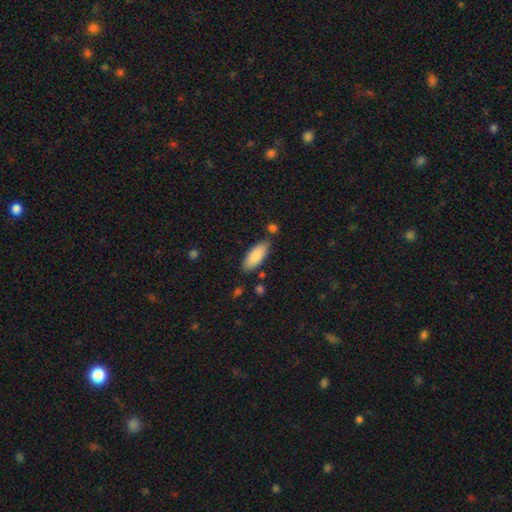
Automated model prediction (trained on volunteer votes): Q: Smooth or featured?
A: smooth (87%); runner-up: featured or disk (7%)
Q: How rounded?
A: in between (79%); runner-up: cigar-shaped (20%)
Q: Merging?
A: none (78%); runner-up: minor disturbance (14%)